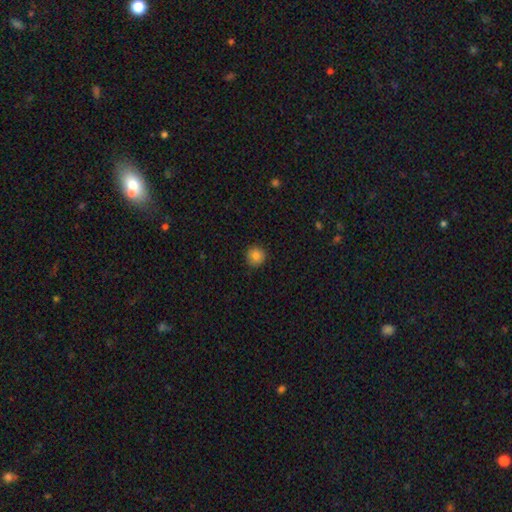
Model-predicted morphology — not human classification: smooth_or_featured: smooth (p=0.84) [alt: star or artifact p=0.10]
how_rounded: round (p=0.93) [alt: in between p=0.06]
merging: none (p=0.90) [alt: minor disturbance p=0.07]